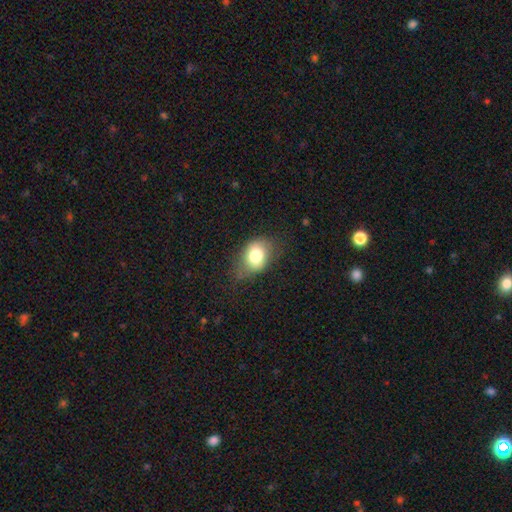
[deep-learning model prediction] This appears to be a smooth galaxy with no disk features (77%) that is in between round and cigar-shaped (72%). Merging: none (58%).